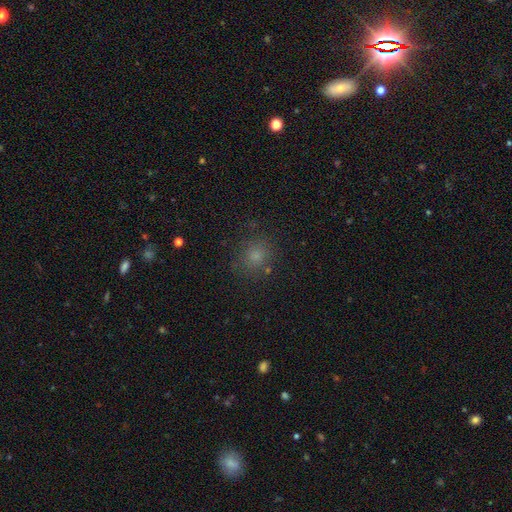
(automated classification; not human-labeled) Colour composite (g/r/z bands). It shows a smooth galaxy with no disk features (74%) that is round (82%). Merging: none (82%).